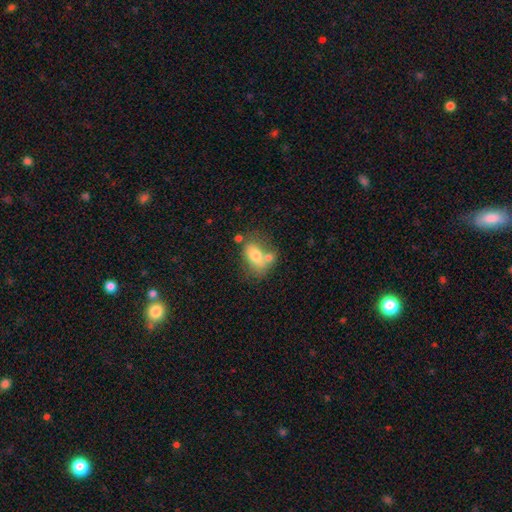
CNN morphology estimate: Smooth or featured? smooth (71%)
How rounded? in between (83%)
Merging? none (40%)